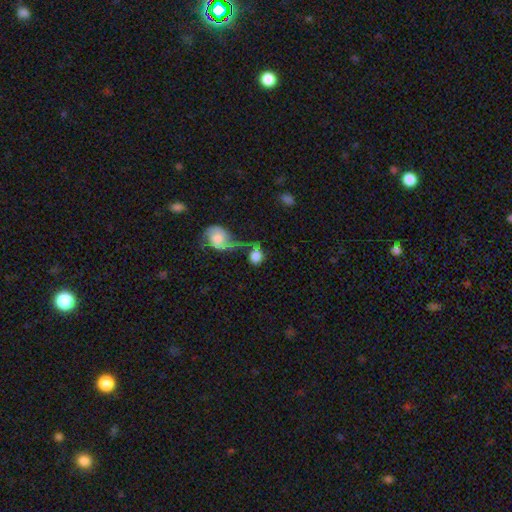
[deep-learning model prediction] smooth 71%, featured or disk 21%, star or artifact 8%. Down the decision tree: how rounded — round (53%); merging — merger (53%).